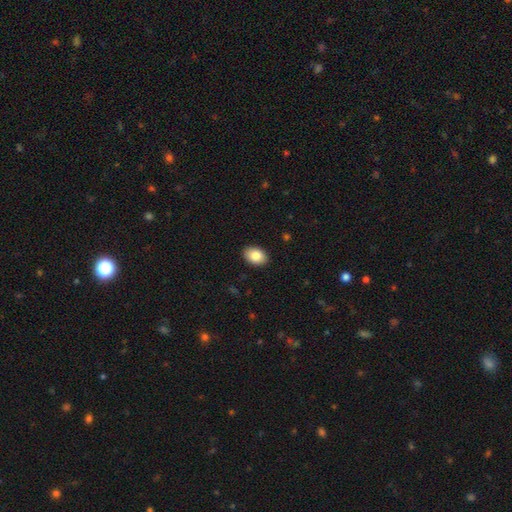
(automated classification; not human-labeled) Smooth or featured: smooth — 86% (star or artifact — 7%)
How rounded: in between — 85% (round — 14%)
Merging: none — 90% (minor disturbance — 7%)